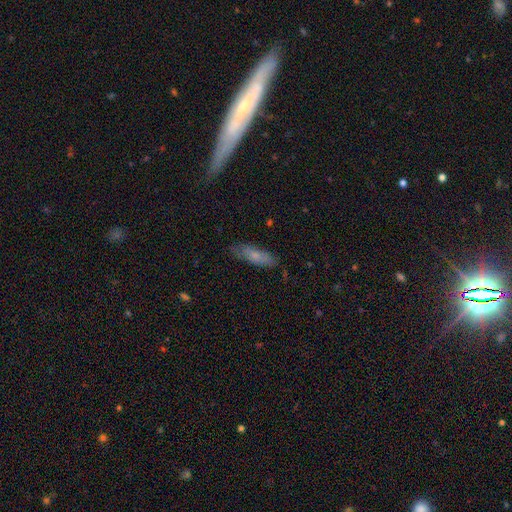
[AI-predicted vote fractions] The model was most divided on "how rounded": cigar-shaped: 51%, in between: 47%, round: 2%. More confident: merging — none (76%); smooth or featured — smooth (69%).